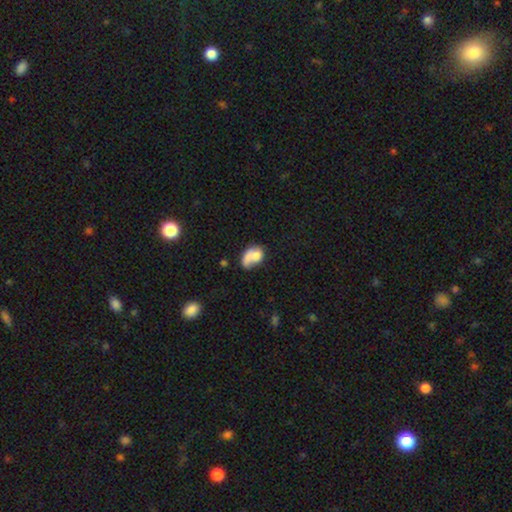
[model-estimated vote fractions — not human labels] Morphology: type=smooth (63%); roundness=in between (76%); merging=merger (30%).